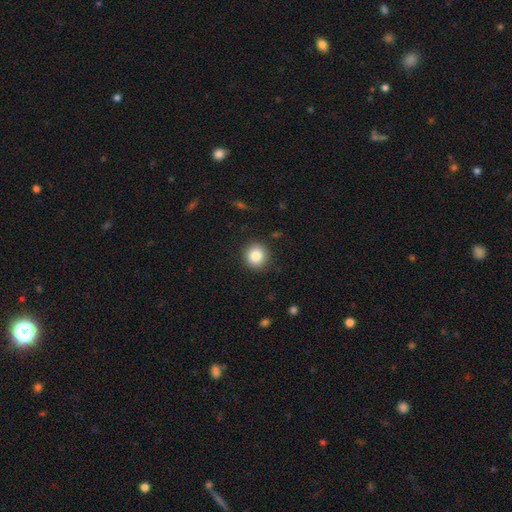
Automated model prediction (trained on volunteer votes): Q: Smooth or featured?
A: smooth (85%); runner-up: star or artifact (9%)
Q: How rounded?
A: round (89%); runner-up: in between (10%)
Q: Merging?
A: none (89%); runner-up: minor disturbance (8%)